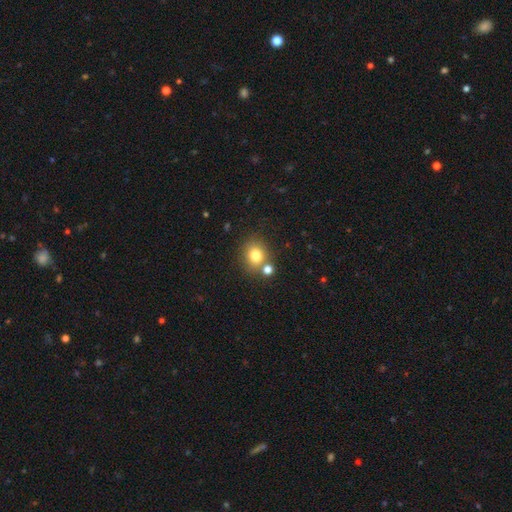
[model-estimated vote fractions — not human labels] smooth_or_featured: smooth (p=0.78) [alt: star or artifact p=0.13]
how_rounded: round (p=0.72) [alt: in between p=0.27]
merging: none (p=0.69) [alt: merger p=0.17]